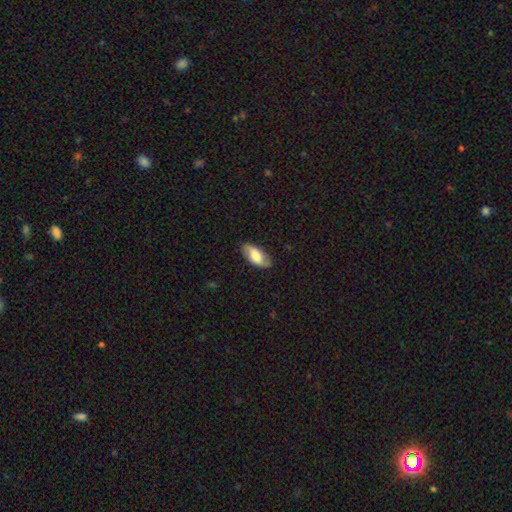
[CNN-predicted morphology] A smooth galaxy with no disk features (60%) that is in between round and cigar-shaped (89%). Merging: none (83%).